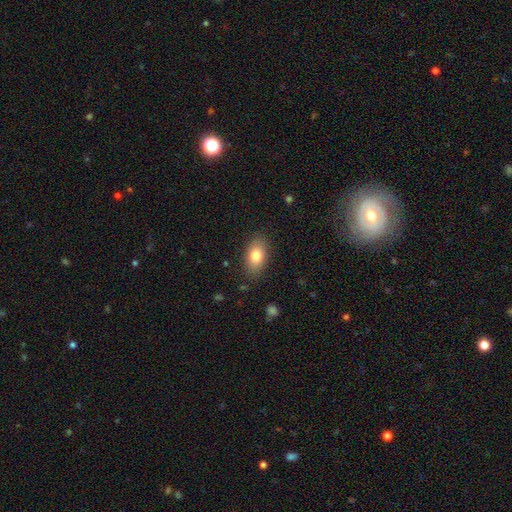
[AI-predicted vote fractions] Smooth or featured? smooth (79%)
How rounded? in between (88%)
Merging? none (85%)